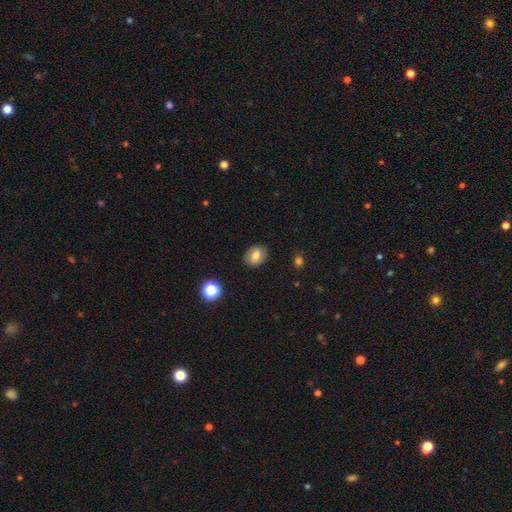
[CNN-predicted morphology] Smooth or featured? Predicted: smooth (p=0.75). How rounded? Predicted: round (p=0.52). Merging? Predicted: none (p=0.86).